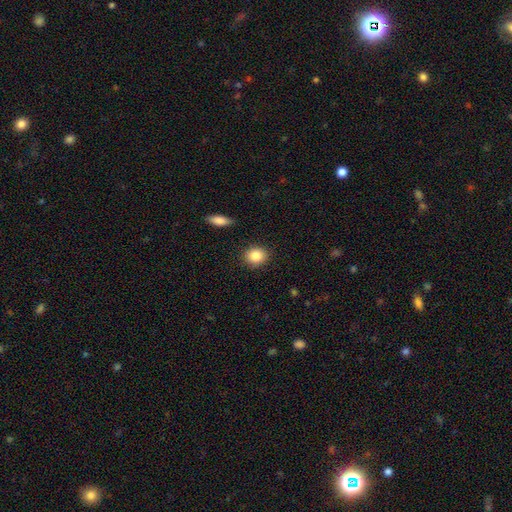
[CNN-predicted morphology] Smooth or featured?
  - smooth: 86% *
  - star or artifact: 8%
  - featured or disk: 5%
How rounded?
  - round: 69% *
  - in between: 30%
  - cigar-shaped: 1%
Merging?
  - none: 88% *
  - minor disturbance: 8%
  - major disturbance: 2%
  - merger: 2%